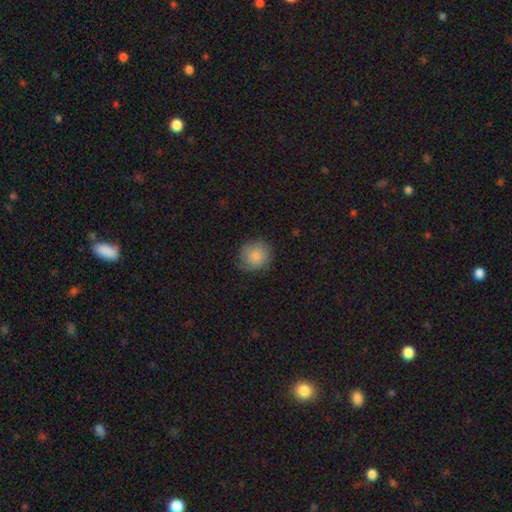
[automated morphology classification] This is clearly a smooth galaxy (85%). How rounded: clearly round (88%). Merging: likely none (80%).